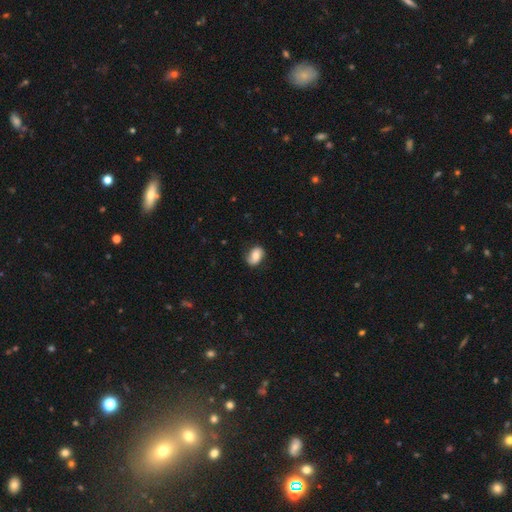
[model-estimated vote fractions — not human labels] A smooth galaxy with no disk features (61%) that is in between round and cigar-shaped (79%). Merging: none (75%).